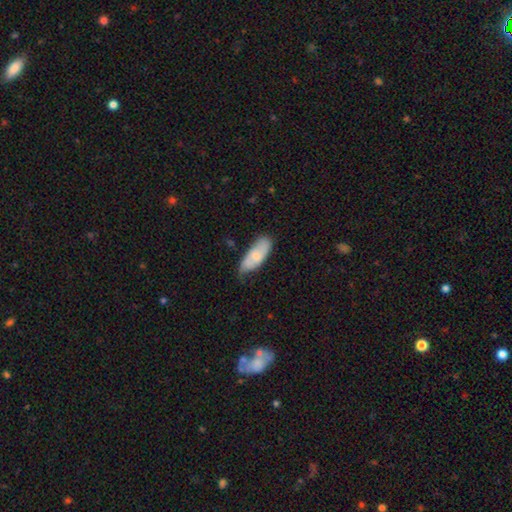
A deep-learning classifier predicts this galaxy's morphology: smooth 68%, featured or disk 26%, star or artifact 6%. Down the decision tree: how rounded — in between (79%); merging — none (55%).